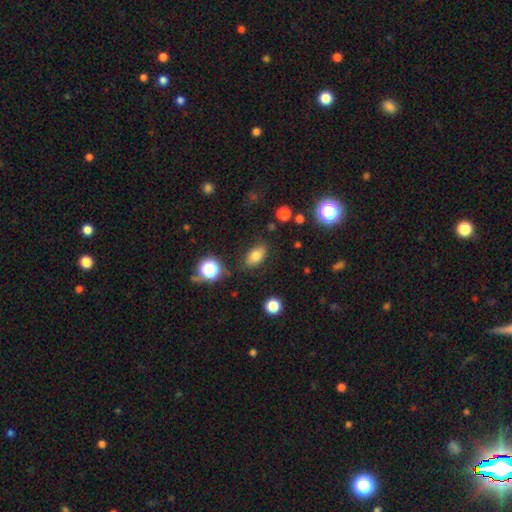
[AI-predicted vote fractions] A smooth galaxy with no disk features (76%) that is in between round and cigar-shaped (86%). Merging: none (81%).